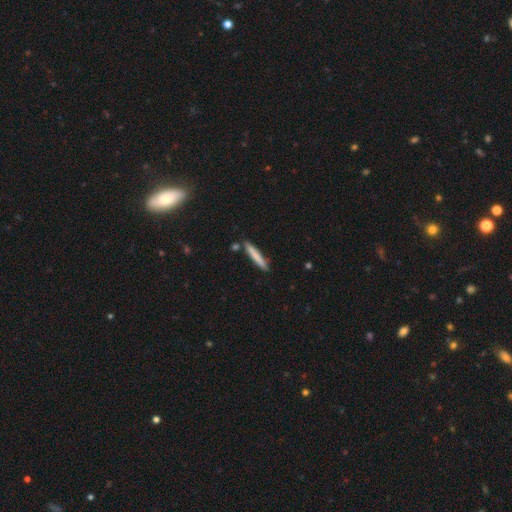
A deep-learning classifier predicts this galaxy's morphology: Smooth or featured? Predicted: smooth (p=0.78). How rounded? Predicted: cigar-shaped (p=0.95). Merging? Predicted: none (p=0.85).